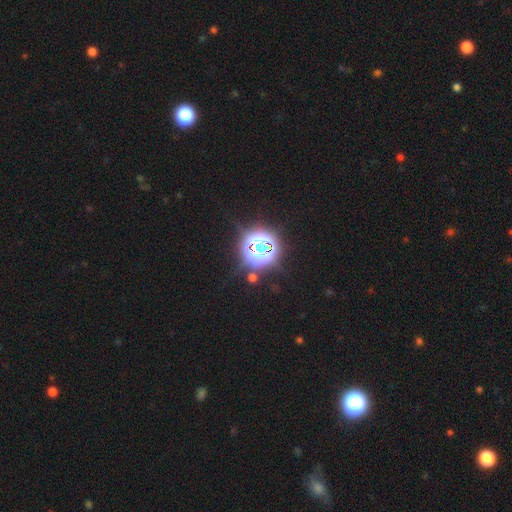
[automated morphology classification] A star or artifact, not a galaxy (83%).

Vote fractions:
- Smooth or featured? star or artifact: 83% / smooth: 11% / featured or disk: 5%